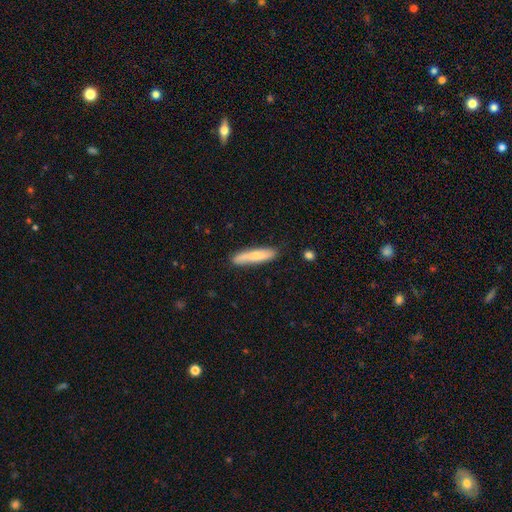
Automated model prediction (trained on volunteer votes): Q: Smooth or featured?
A: smooth (73%); runner-up: featured or disk (22%)
Q: How rounded?
A: cigar-shaped (85%); runner-up: in between (13%)
Q: Merging?
A: none (78%); runner-up: minor disturbance (17%)